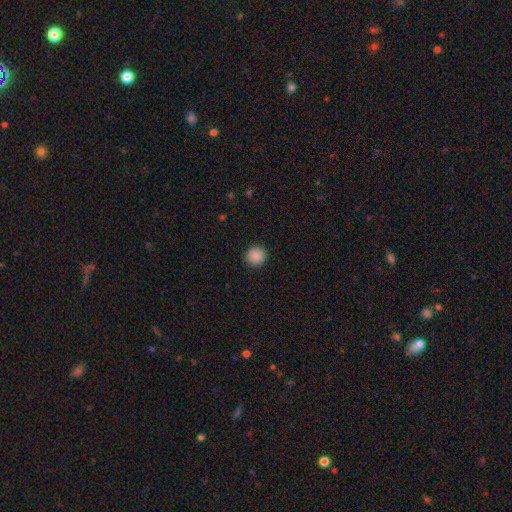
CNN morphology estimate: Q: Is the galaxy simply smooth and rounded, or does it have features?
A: smooth — 89%.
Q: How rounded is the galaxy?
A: round — 94%.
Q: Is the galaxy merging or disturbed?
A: none — 92%.